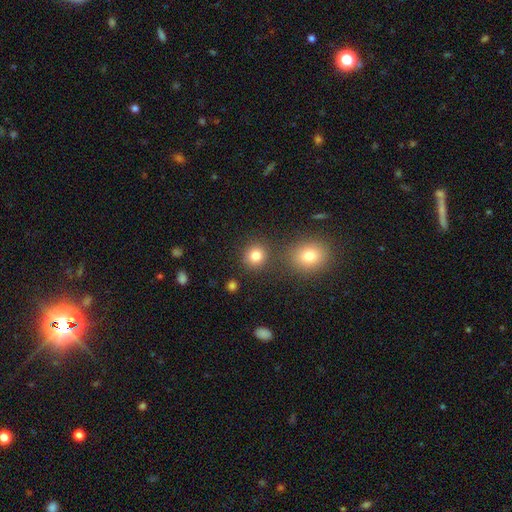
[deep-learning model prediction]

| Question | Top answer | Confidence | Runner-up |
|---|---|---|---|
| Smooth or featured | smooth | 82% | star or artifact (13%) |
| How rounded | round | 87% | in between (12%) |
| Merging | none | 81% | merger (9%) |